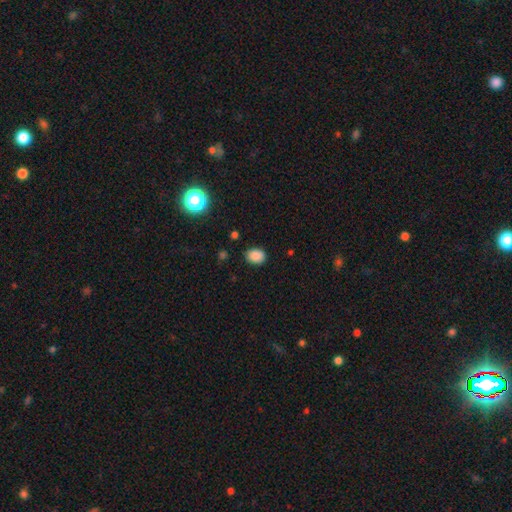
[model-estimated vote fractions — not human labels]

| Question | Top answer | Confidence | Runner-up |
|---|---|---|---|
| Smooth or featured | smooth | 86% | star or artifact (10%) |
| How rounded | in between | 65% | round (34%) |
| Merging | none | 83% | minor disturbance (13%) |